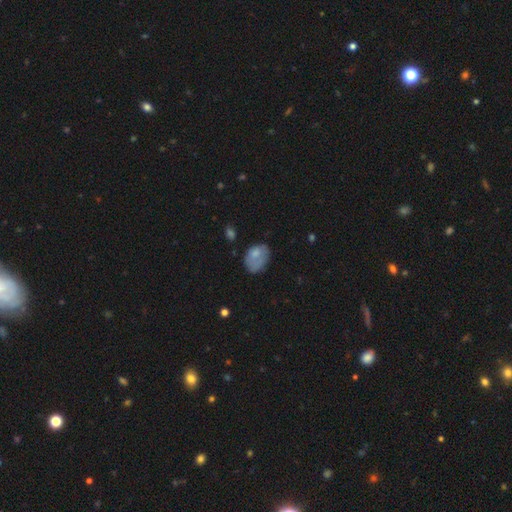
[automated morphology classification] Smooth or featured? smooth (73%)
How rounded? in between (78%)
Merging? none (43%)